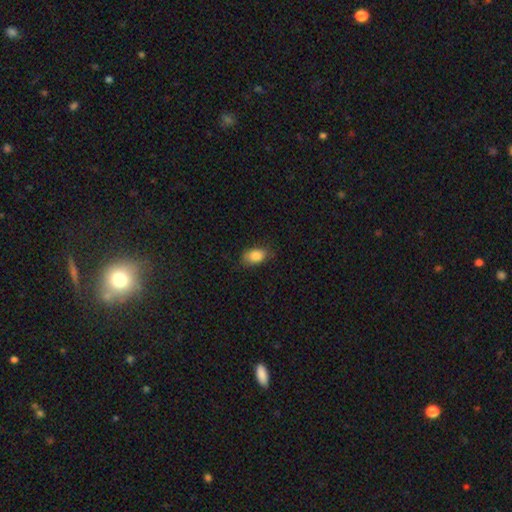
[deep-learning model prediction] smooth-or-featured: smooth: 86% | star or artifact: 8% | featured or disk: 7%
  how-rounded: in between: 89% | round: 9% | cigar-shaped: 2%
  merging: none: 77% | minor disturbance: 18% | major disturbance: 4% | merger: 1%